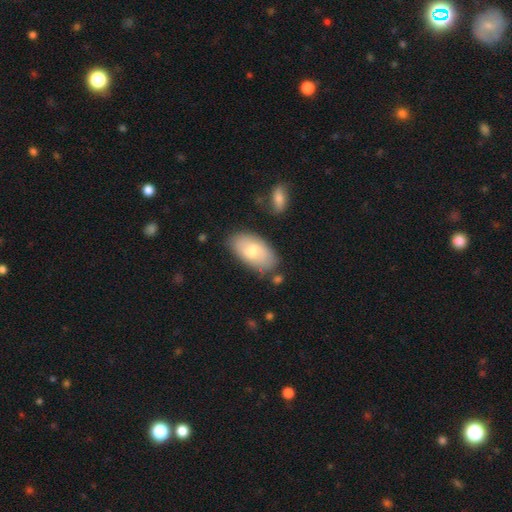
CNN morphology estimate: Smooth or featured? Predicted: smooth (p=0.69). How rounded? Predicted: in between (p=0.94). Merging? Predicted: none (p=0.76).